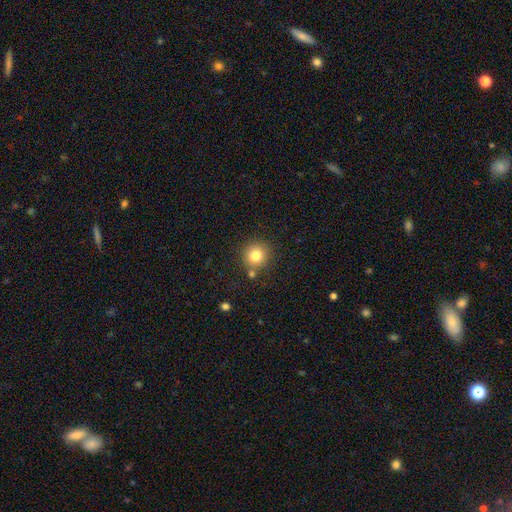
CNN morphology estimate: smooth-or-featured: smooth: 80% | star or artifact: 12% | featured or disk: 8%
  how-rounded: round: 92% | in between: 7% | cigar-shaped: 1%
  merging: none: 78% | minor disturbance: 9% | merger: 9% | major disturbance: 3%